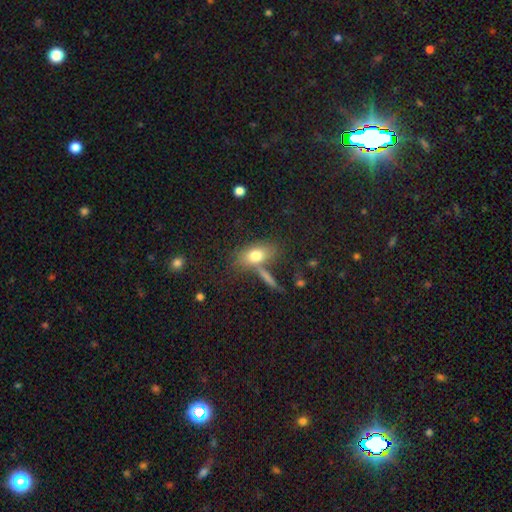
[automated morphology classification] Smooth or featured? smooth (75%)
How rounded? in between (80%)
Merging? none (57%)